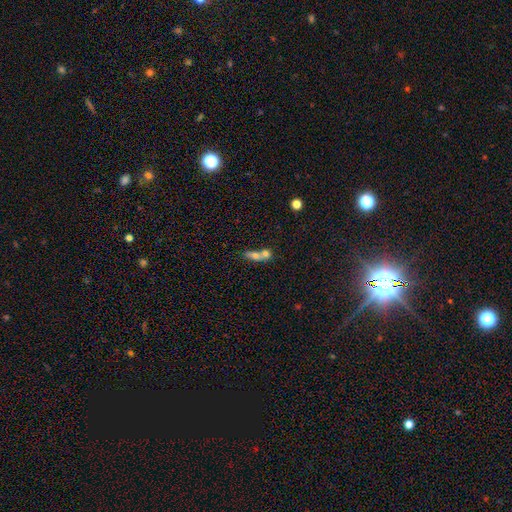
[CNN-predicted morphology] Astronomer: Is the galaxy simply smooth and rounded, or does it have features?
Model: smooth — 64%.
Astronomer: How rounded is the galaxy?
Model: in between — 51% (runner-up: round, 31%).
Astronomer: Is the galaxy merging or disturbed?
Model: merger — 66%.